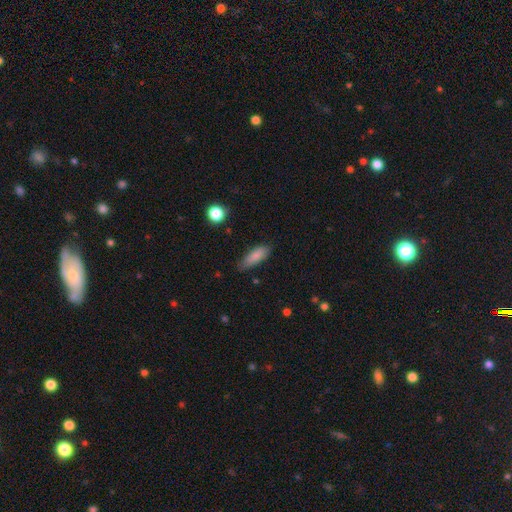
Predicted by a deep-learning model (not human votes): Morphology: type=smooth (85%); roundness=in between (60%); merging=none (75%).